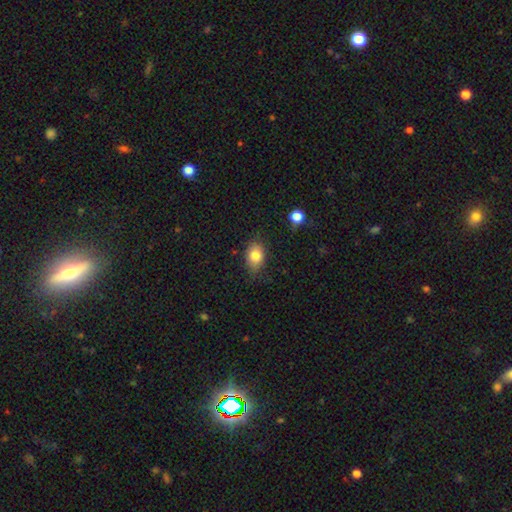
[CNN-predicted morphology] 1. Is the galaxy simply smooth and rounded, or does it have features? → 81% smooth, 10% featured or disk, 9% star or artifact.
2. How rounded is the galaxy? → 75% in between, 24% round, 1% cigar-shaped.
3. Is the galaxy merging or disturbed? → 75% none, 19% minor disturbance, 4% major disturbance, 2% merger.